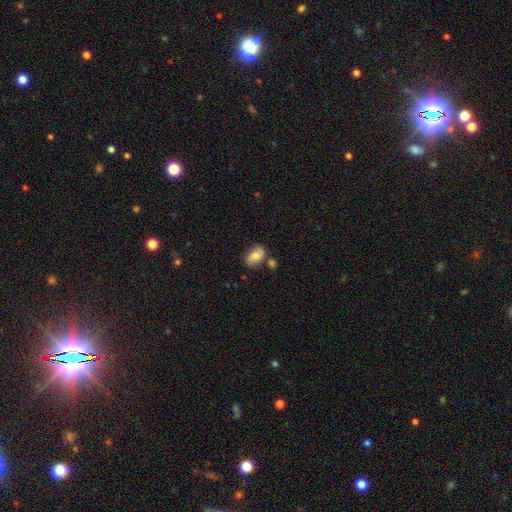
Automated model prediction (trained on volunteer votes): This appears to be a smooth galaxy with no disk features (53%) that is in between round and cigar-shaped (81%). Merging: none (65%).